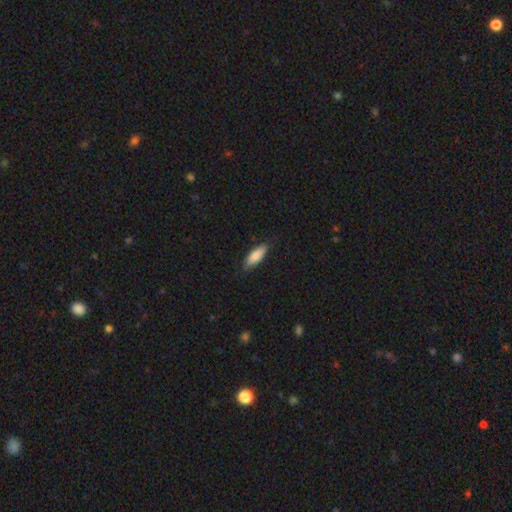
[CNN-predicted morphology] Smooth or featured? smooth (84%)
How rounded? in between (63%)
Merging? none (82%)